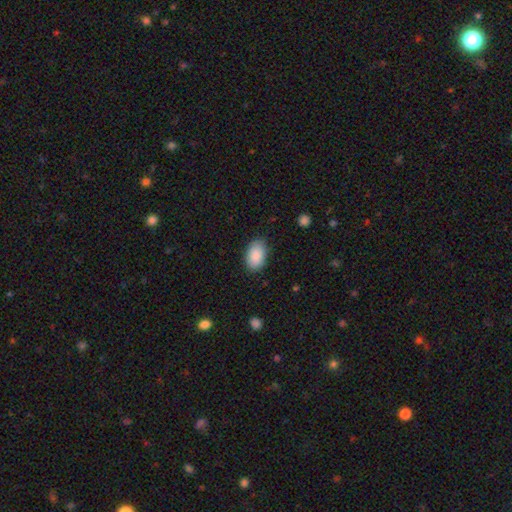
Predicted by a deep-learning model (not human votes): Morphology: type=smooth (89%); roundness=in between (93%); merging=none (84%).